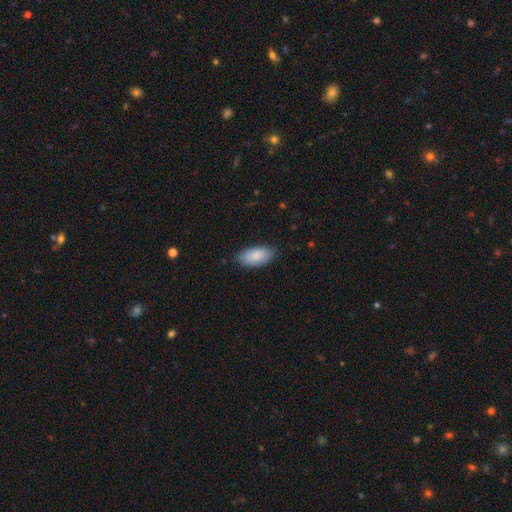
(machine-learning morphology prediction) Smooth or featured?
  - smooth: 86% *
  - featured or disk: 8%
  - star or artifact: 6%
How rounded?
  - in between: 93% *
  - cigar-shaped: 5%
  - round: 2%
Merging?
  - none: 80% *
  - minor disturbance: 16%
  - major disturbance: 3%
  - merger: 1%